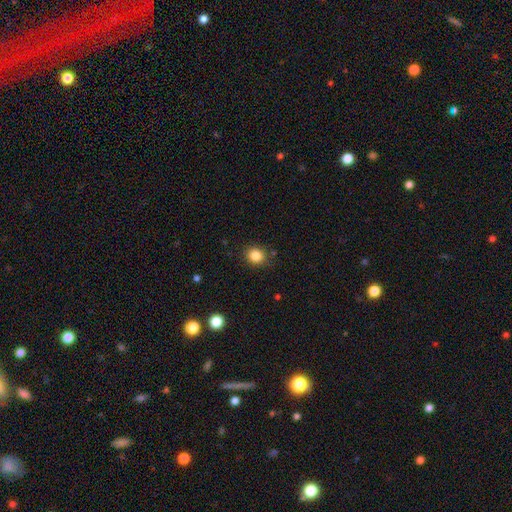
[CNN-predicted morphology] This appears to be a smooth galaxy with no disk features (84%) that is round (71%). Merging: none (85%).